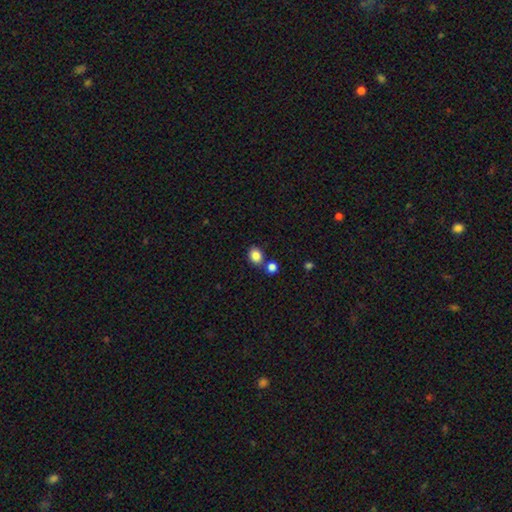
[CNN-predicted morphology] Smooth or featured? smooth (84%)
How rounded? round (50%)
Merging? none (71%)